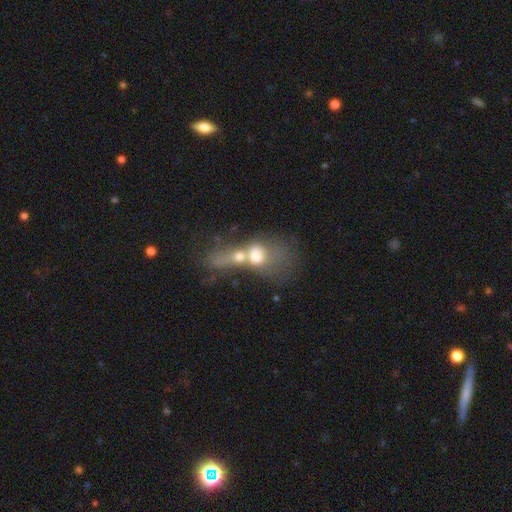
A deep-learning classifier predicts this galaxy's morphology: Q: Smooth or featured?
A: smooth (55%); runner-up: featured or disk (34%)
Q: How rounded?
A: in between (56%); runner-up: round (36%)
Q: Merging?
A: merger (75%); runner-up: major disturbance (11%)